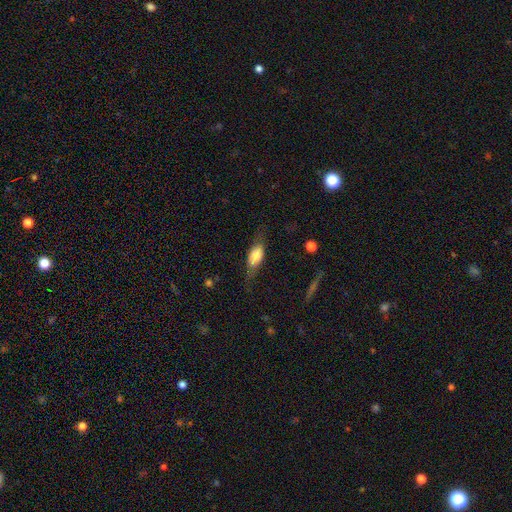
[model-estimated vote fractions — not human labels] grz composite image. It shows a smooth galaxy with no disk features (62%) that is in between round and cigar-shaped (73%). Merging: none (63%).